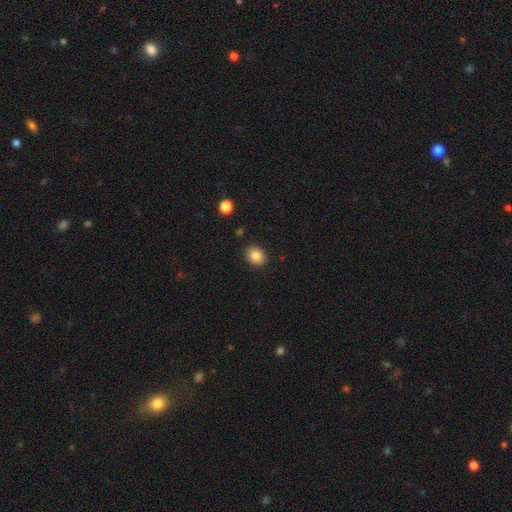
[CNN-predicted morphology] smooth-or-featured: smooth: 84% | star or artifact: 9% | featured or disk: 7%
  how-rounded: in between: 50% | round: 49% | cigar-shaped: 1%
  merging: none: 89% | minor disturbance: 8% | major disturbance: 2% | merger: 2%